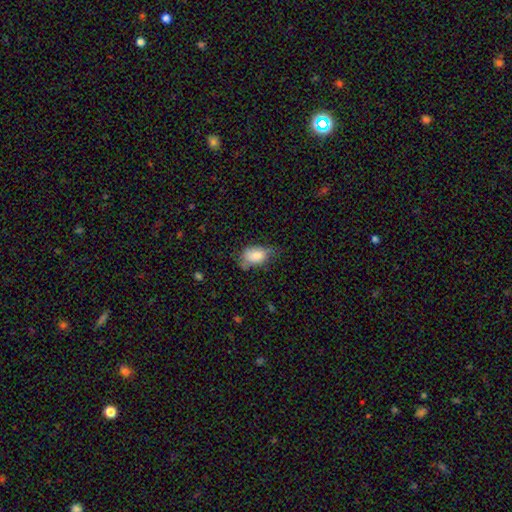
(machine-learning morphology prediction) type=smooth (78%); roundness=in between (85%); merging=minor disturbance (40%).